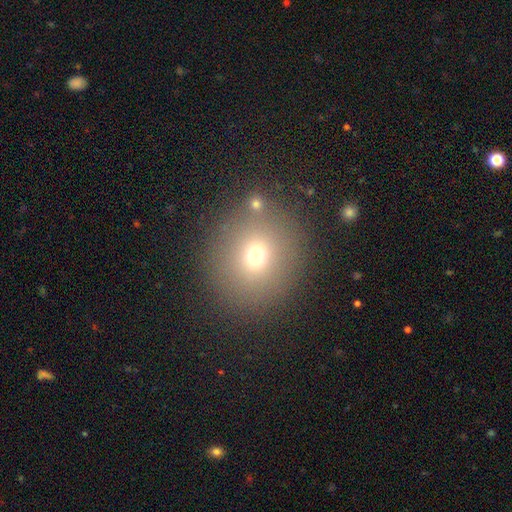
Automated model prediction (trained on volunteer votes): Morphology: type=smooth (69%); roundness=round (82%); merging=none (78%).